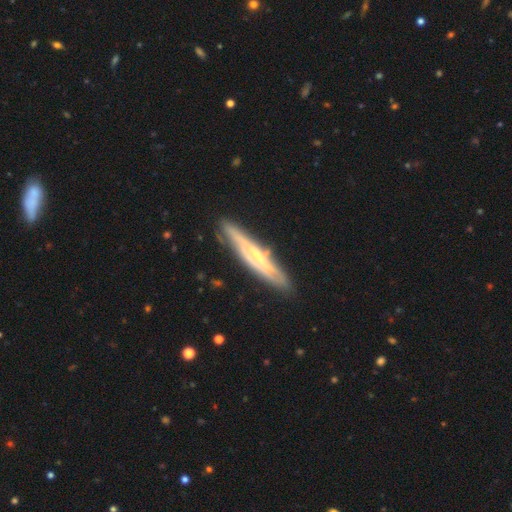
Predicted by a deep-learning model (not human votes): Overall: featured or disk (66%; smooth 28%). Edge-on disk: yes (78%). Edge-on bulge: rounded (51%; none 40%). Merging: none (79%).